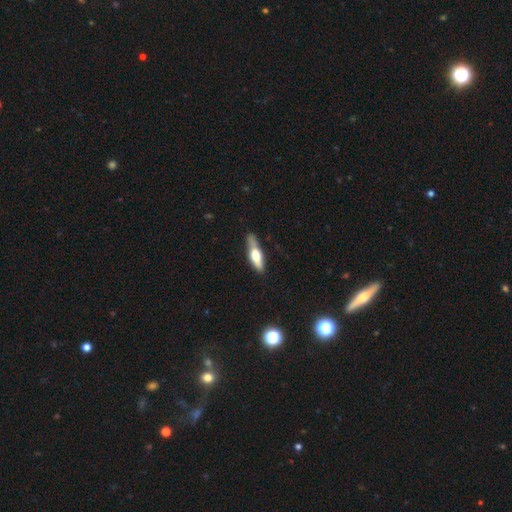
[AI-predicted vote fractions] smooth 55%, featured or disk 39%, star or artifact 6%. Down the decision tree: how rounded — cigar-shaped (56%); merging — none (62%).